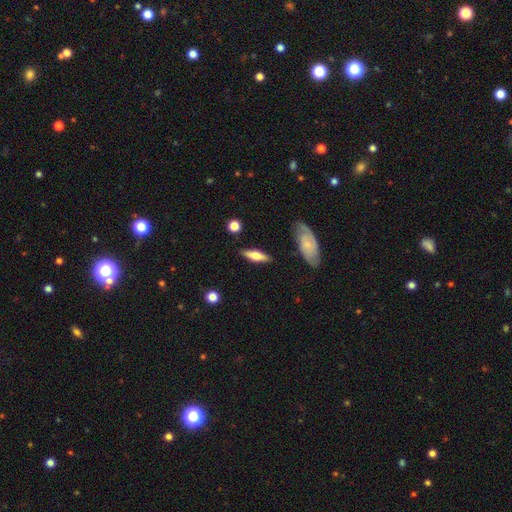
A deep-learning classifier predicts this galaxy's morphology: Smooth or featured? smooth (51%)
How rounded? cigar-shaped (54%)
Merging? none (83%)